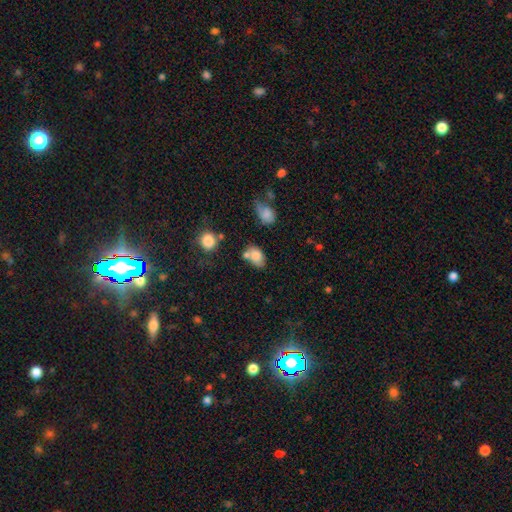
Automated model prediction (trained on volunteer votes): smooth 77%, featured or disk 13%, star or artifact 10%. Down the decision tree: how rounded — in between (81%); merging — none (50%).